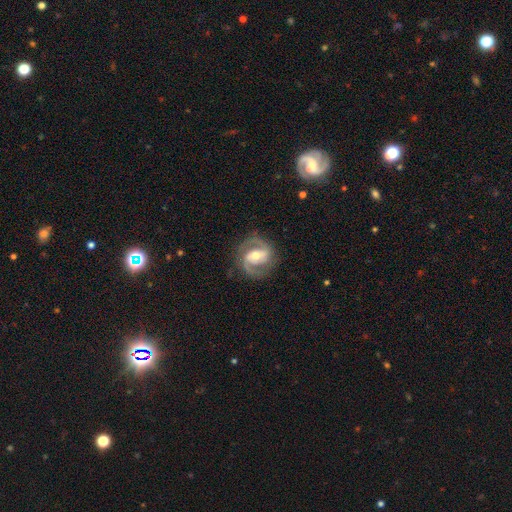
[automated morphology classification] smooth_or_featured: featured or disk (p=0.89) [alt: smooth p=0.06]
disk_edge_on: no (p=0.98) [alt: yes p=0.02]
bar: weak (p=0.42) [alt: strong p=0.34]
has_spiral_arms: yes (p=0.96) [alt: no p=0.04]
spiral_winding: medium (p=0.56) [alt: tight p=0.29]
spiral_arm_count: 2 (p=0.92) [alt: can't tell p=0.02]
bulge_size: moderate (p=0.68) [alt: small p=0.24]
merging: none (p=0.83) [alt: minor disturbance p=0.12]